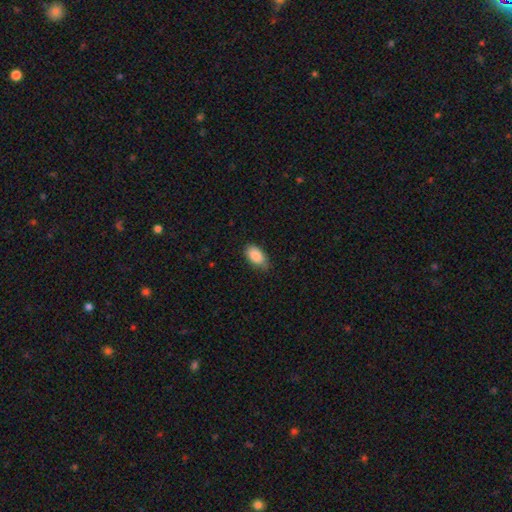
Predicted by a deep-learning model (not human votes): Morphology: type=smooth (89%); roundness=in between (94%); merging=none (72%).